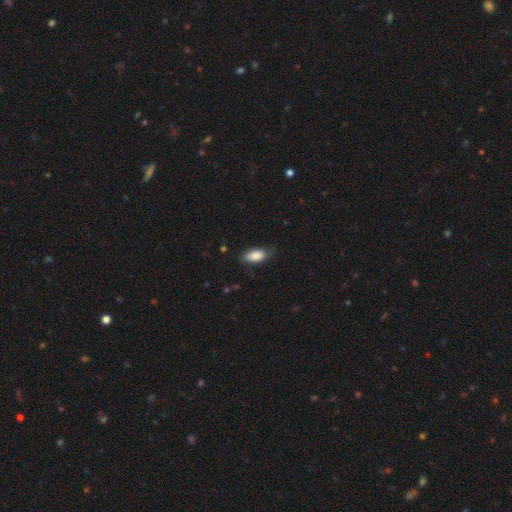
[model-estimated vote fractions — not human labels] This appears to be a smooth galaxy with no disk features (84%) that is in between round and cigar-shaped (88%). Merging: none (69%).